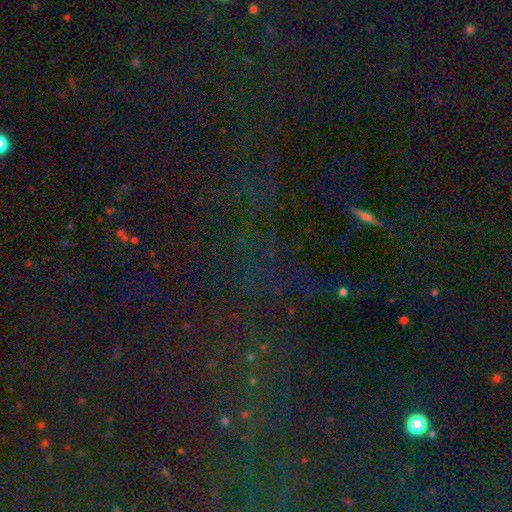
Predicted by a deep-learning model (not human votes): Q: Smooth or featured?
A: star or artifact (79%); runner-up: smooth (12%)